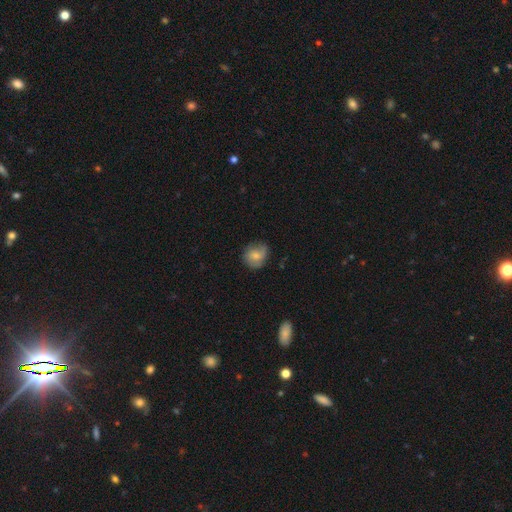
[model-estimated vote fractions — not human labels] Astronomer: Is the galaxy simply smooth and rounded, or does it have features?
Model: smooth — 65%.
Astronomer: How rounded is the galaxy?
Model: round — 74%.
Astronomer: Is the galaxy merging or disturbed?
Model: none — 66%.